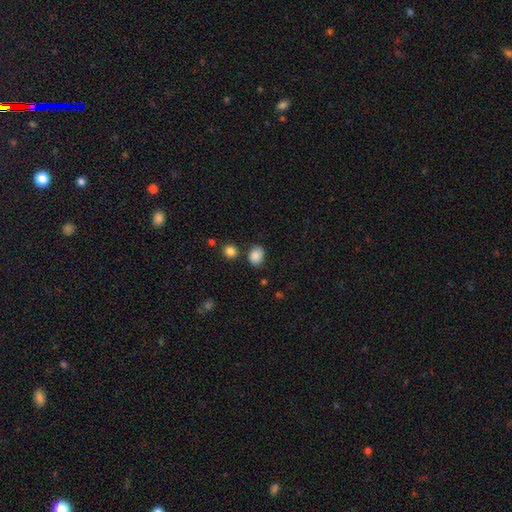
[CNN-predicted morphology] A smooth galaxy with no disk features (87%) that is in between round and cigar-shaped (61%). Merging: none (74%).